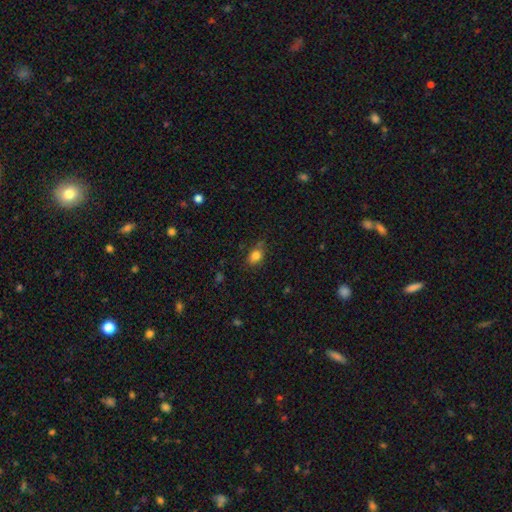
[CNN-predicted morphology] Smooth or featured? Predicted: smooth (p=0.82). How rounded? Predicted: in between (p=0.64). Merging? Predicted: none (p=0.69).